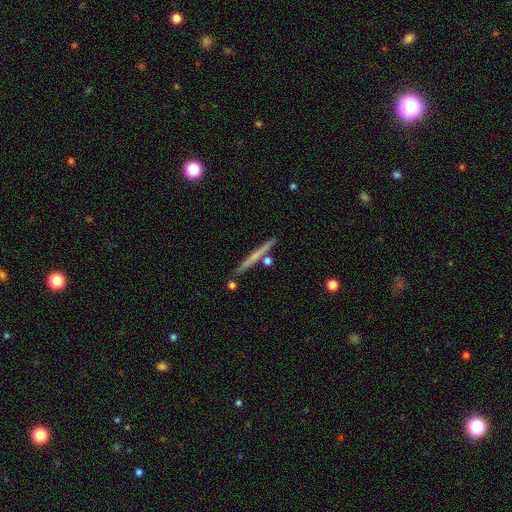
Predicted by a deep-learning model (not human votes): A featured or disk galaxy (49%). Merging: none (87%).